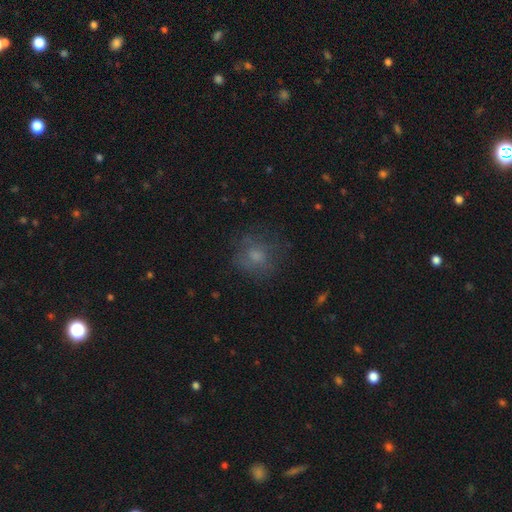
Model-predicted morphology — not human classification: type=smooth (62%); roundness=round (77%); merging=none (65%).